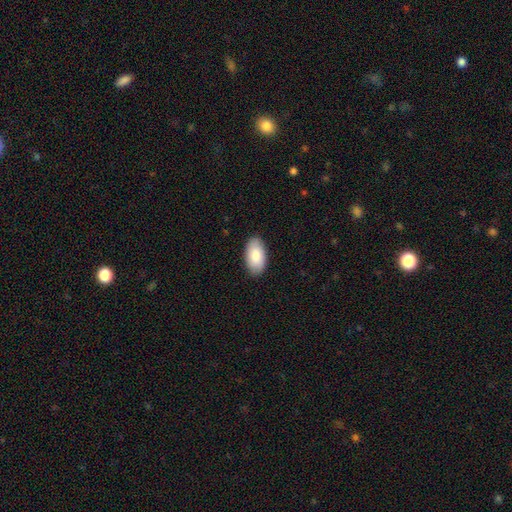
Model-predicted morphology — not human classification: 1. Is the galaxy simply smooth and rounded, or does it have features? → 84% smooth, 11% featured or disk, 6% star or artifact.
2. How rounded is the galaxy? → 96% in between, 3% round, 2% cigar-shaped.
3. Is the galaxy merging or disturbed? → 88% none, 9% minor disturbance, 2% major disturbance, 1% merger.